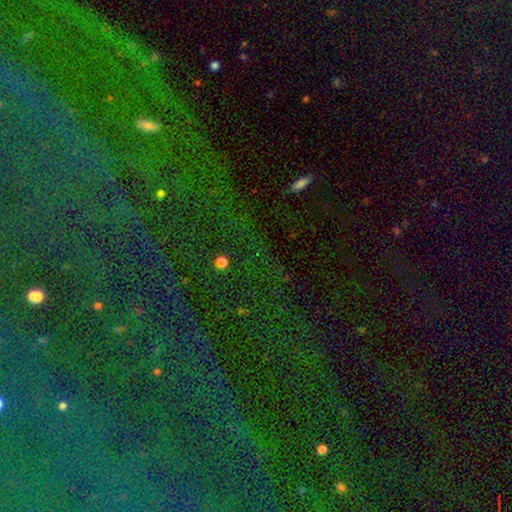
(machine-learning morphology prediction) This appears to be a star or artifact, not a galaxy (80%).